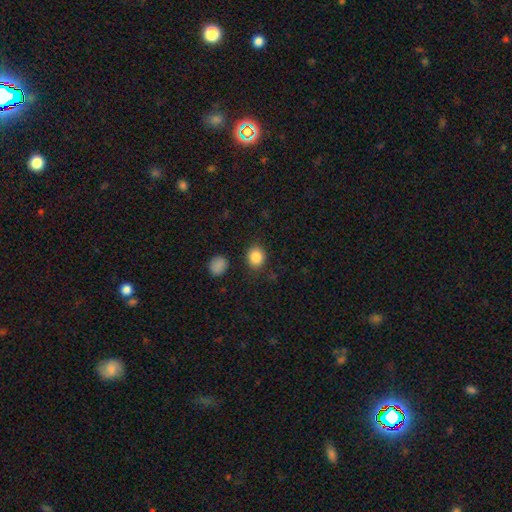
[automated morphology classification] Q: Smooth or featured?
A: smooth (86%); runner-up: star or artifact (9%)
Q: How rounded?
A: round (63%); runner-up: in between (37%)
Q: Merging?
A: none (83%); runner-up: minor disturbance (10%)